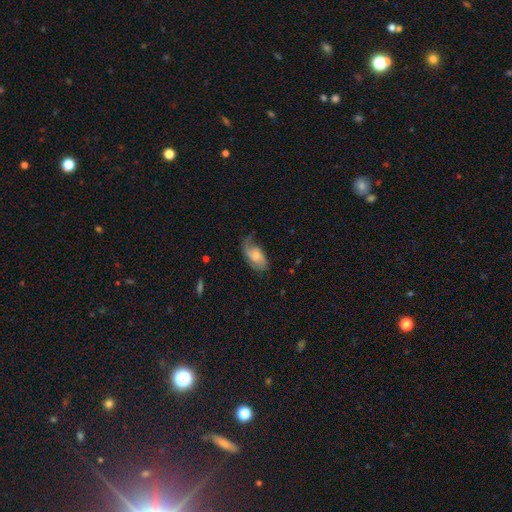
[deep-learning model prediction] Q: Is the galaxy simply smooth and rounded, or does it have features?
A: featured or disk — 52%.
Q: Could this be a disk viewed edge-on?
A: no — 94%.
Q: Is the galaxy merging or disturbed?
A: none — 50%.